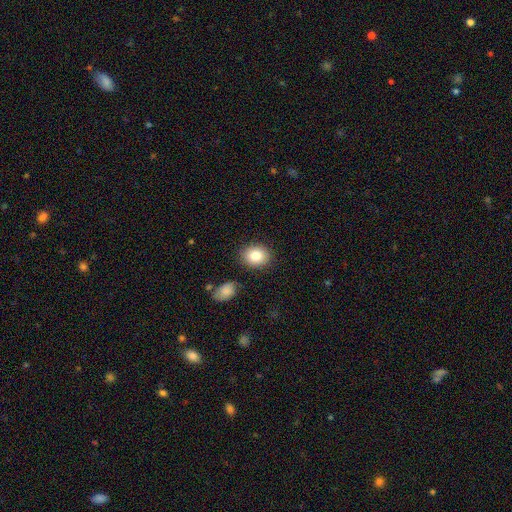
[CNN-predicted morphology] type=smooth (84%); roundness=round (51%); merging=none (86%).